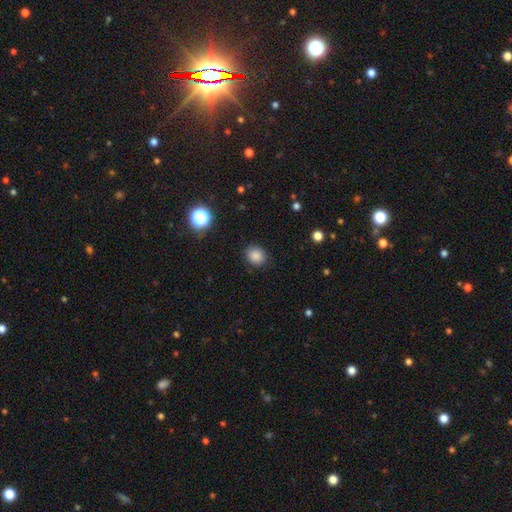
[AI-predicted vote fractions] The model was most divided on "how rounded": round: 64%, in between: 35%, cigar-shaped: 1%. More confident: merging — none (88%); smooth or featured — smooth (85%).